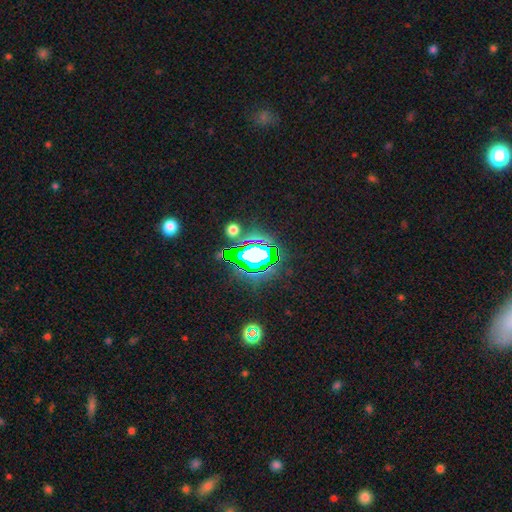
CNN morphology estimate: type=star or artifact (68%).